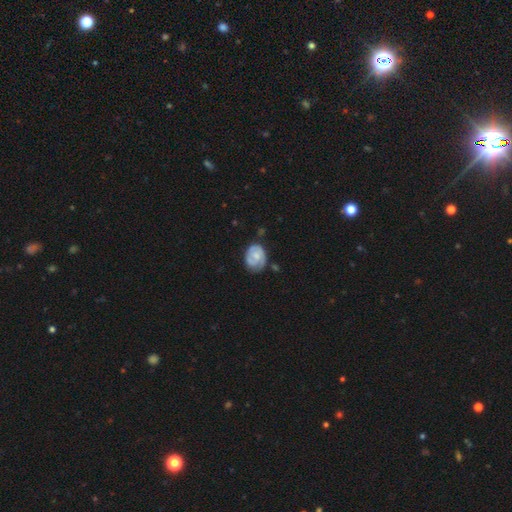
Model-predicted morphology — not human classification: smooth-or-featured: featured or disk: 63% | smooth: 31% | star or artifact: 6%
  disk-edge-on: no: 97% | yes: 3%
    bar: no: 70% | weak: 26% | strong: 4%
    has-spiral-arms: yes: 84% | no: 16%
      spiral-winding: tight: 64% | medium: 27% | loose: 9%
      spiral-arm-count: 2: 46% | can't tell: 26% | 1: 15% | 3: 9% | 4: 2% | more than 4: 2%
    bulge-size: small: 44% | moderate: 38% | none: 13% | large: 4% | dominant: 1%
  merging: none: 60% | minor disturbance: 28% | major disturbance: 9% | merger: 3%